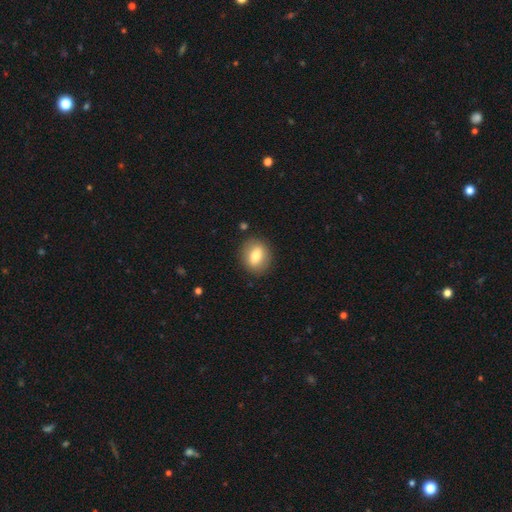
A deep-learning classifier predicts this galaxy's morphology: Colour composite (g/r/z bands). It shows a smooth galaxy with no disk features (73%) that is round (54%). Merging: none (88%).